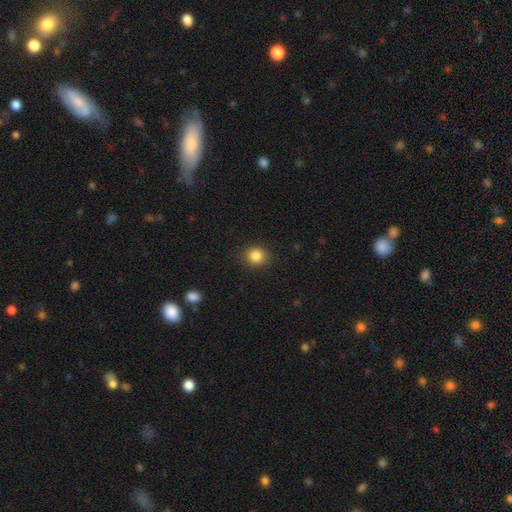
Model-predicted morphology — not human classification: This appears to be a smooth galaxy with no disk features (85%) that is round (78%). Merging: none (90%).